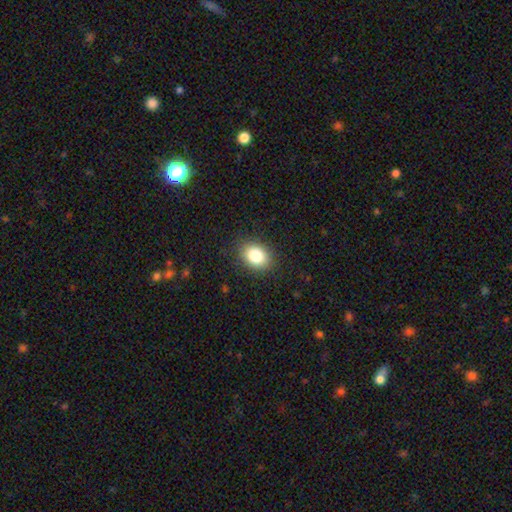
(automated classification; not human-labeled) smooth_or_featured: smooth (p=0.83) [alt: star or artifact p=0.10]
how_rounded: in between (p=0.62) [alt: round p=0.37]
merging: none (p=0.87) [alt: minor disturbance p=0.09]